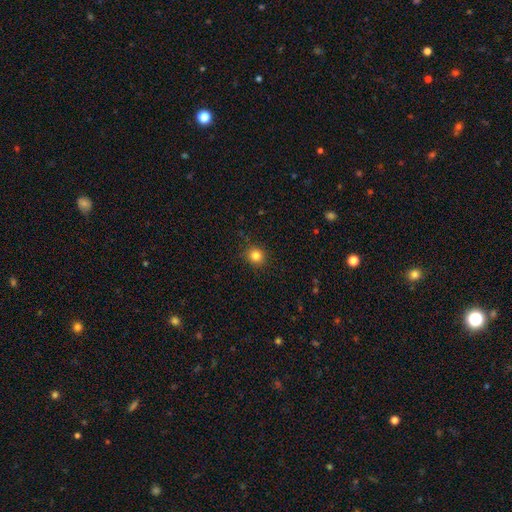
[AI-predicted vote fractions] Smooth or featured: smooth — 82% (star or artifact — 13%)
How rounded: round — 92% (in between — 7%)
Merging: none — 90% (minor disturbance — 7%)